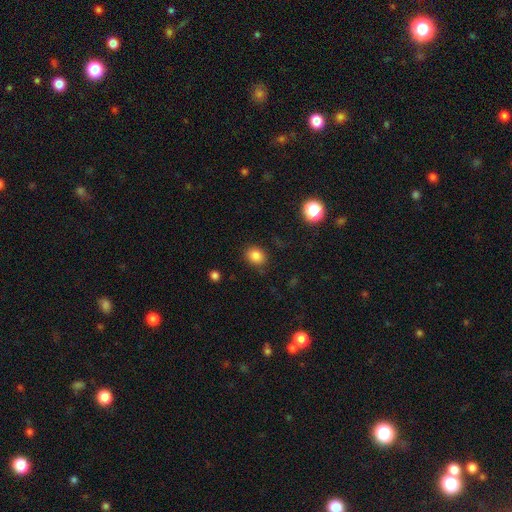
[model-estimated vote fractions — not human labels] The model was most divided on "how rounded": round: 64%, in between: 35%, cigar-shaped: 1%. More confident: smooth or featured — smooth (83%); merging — none (83%).